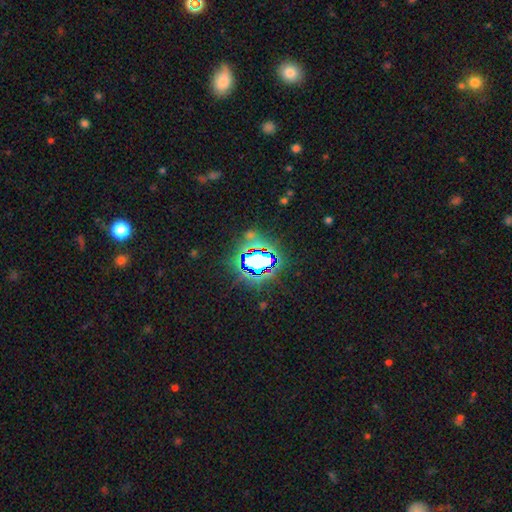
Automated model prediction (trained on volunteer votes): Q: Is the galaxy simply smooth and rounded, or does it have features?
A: star or artifact — 70%.